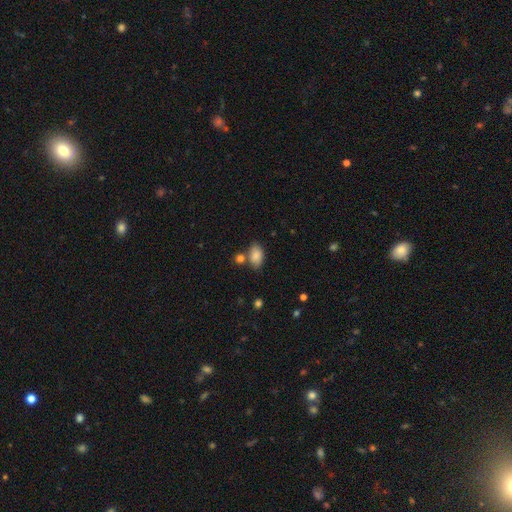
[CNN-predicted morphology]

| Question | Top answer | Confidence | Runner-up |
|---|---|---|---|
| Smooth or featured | smooth | 85% | star or artifact (8%) |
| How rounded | in between | 89% | round (9%) |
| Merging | none | 67% | minor disturbance (15%) |